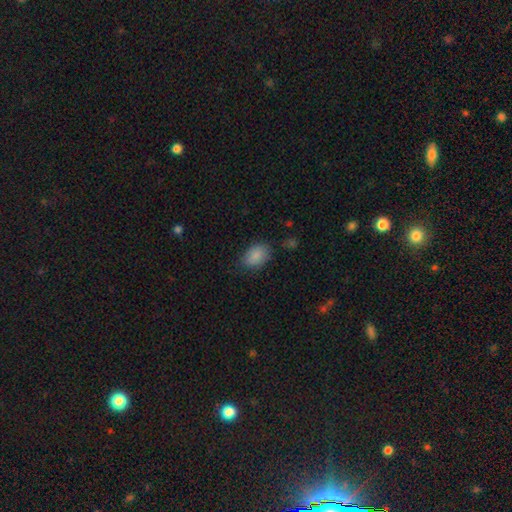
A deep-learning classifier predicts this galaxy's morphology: Overall: smooth (87%). How rounded: in between (84%). Merging: none (72%).